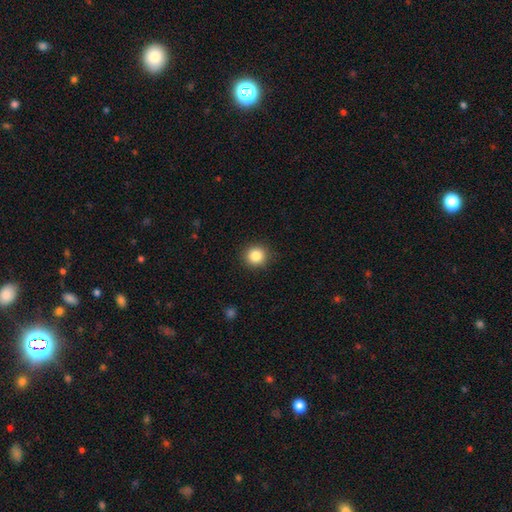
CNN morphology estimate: Smooth or featured: smooth — 85% (star or artifact — 10%)
How rounded: round — 91% (in between — 8%)
Merging: none — 90% (minor disturbance — 7%)